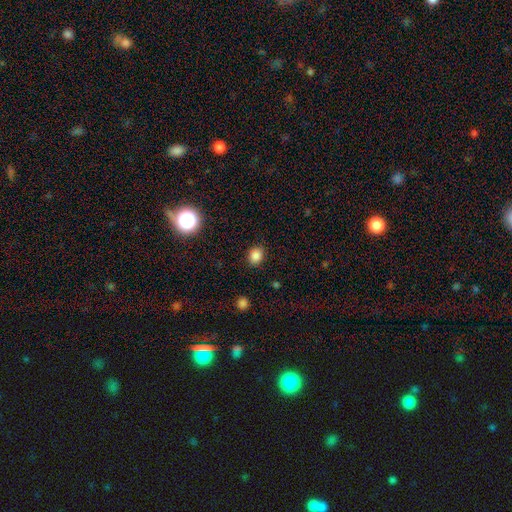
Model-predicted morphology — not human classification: Overall: smooth (84%). How rounded: round (68%; in between 31%). Merging: none (88%).